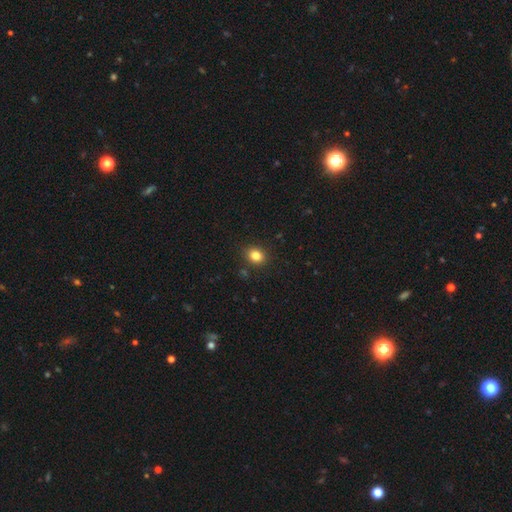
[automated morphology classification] smooth_or_featured: smooth (p=0.84) [alt: star or artifact p=0.11]
how_rounded: round (p=0.50) [alt: in between p=0.49]
merging: none (p=0.87) [alt: minor disturbance p=0.08]